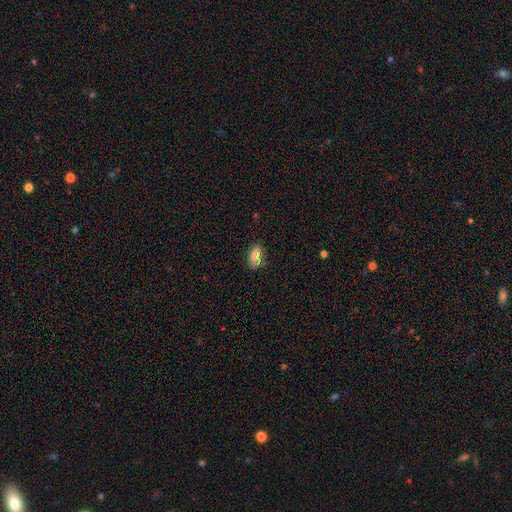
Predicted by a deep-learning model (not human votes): This appears to be a smooth galaxy with no disk features (76%) that is in between round and cigar-shaped (88%). Merging: none (77%).